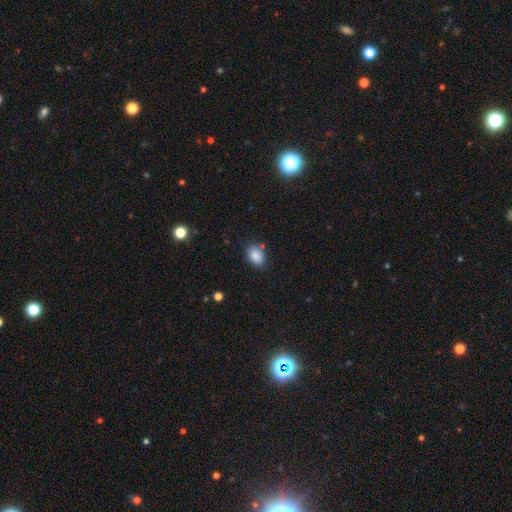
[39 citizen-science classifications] Volunteers were most divided on "merging": none: 72%, minor disturbance: 15%, merger: 8%, major disturbance: 5%. More confident: smooth or featured — smooth (95%); how rounded — in between (89%).